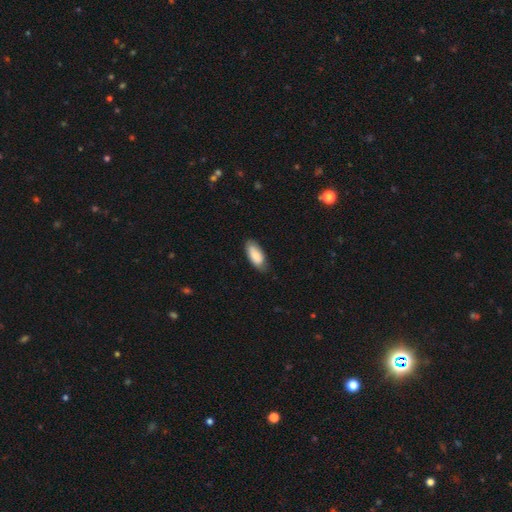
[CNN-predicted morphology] Smooth or featured?
  - smooth: 81% *
  - featured or disk: 13%
  - star or artifact: 6%
How rounded?
  - in between: 88% *
  - cigar-shaped: 10%
  - round: 2%
Merging?
  - none: 73% *
  - minor disturbance: 22%
  - major disturbance: 3%
  - merger: 1%